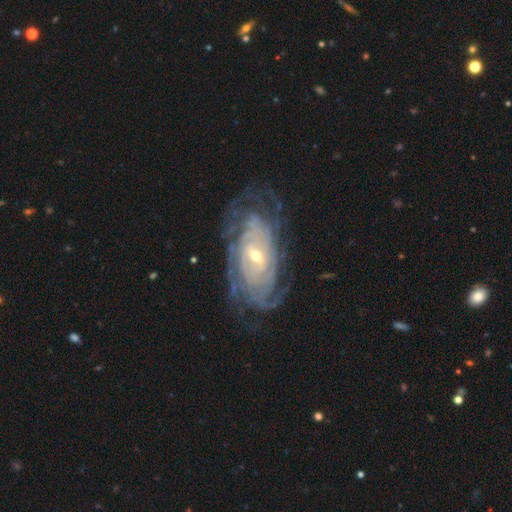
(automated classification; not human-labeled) Q: Smooth or featured?
A: featured or disk (88%); runner-up: smooth (6%)
Q: Edge-on disk?
A: no (94%); runner-up: yes (6%)
Q: Bar?
A: no (48%); runner-up: weak (36%)
Q: Spiral arms?
A: yes (96%); runner-up: no (4%)
Q: Spiral winding?
A: tight (78%); runner-up: medium (18%)
Q: Spiral arm count?
A: can't tell (39%); runner-up: 4 (18%)
Q: Bulge size?
A: small (56%); runner-up: moderate (40%)
Q: Merging?
A: none (73%); runner-up: minor disturbance (17%)